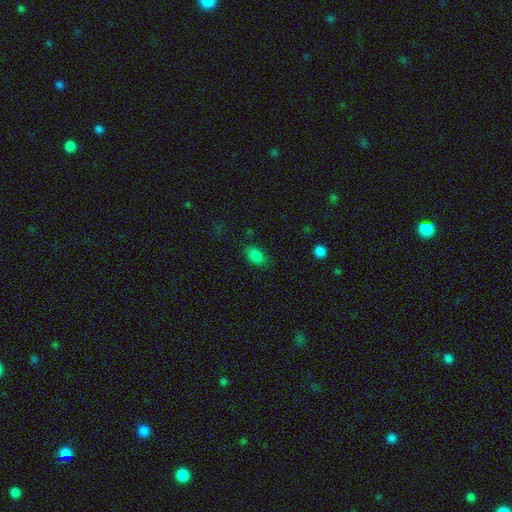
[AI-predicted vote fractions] smooth_or_featured: smooth (p=0.84) [alt: star or artifact p=0.11]
how_rounded: in between (p=0.85) [alt: round p=0.13]
merging: none (p=0.81) [alt: minor disturbance p=0.14]